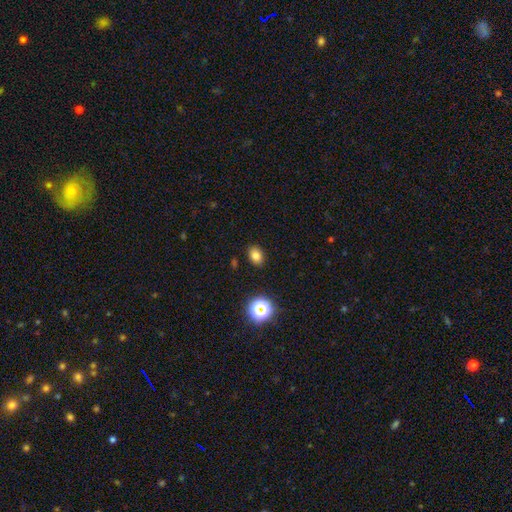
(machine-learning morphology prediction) This is likely a smooth galaxy (79%). How rounded: likely in between (71%). Merging: clearly none (88%).